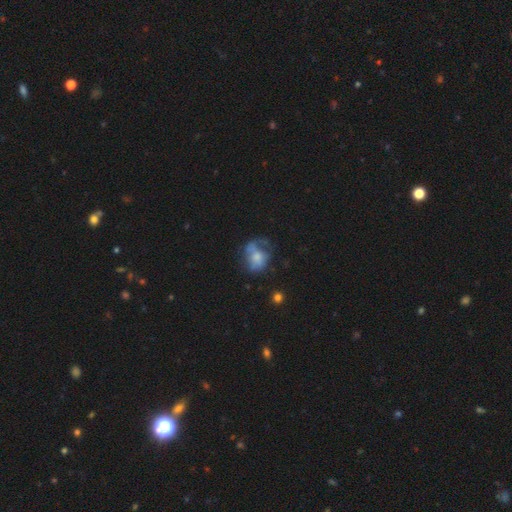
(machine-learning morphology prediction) Smooth or featured: smooth — 48% (featured or disk — 40%)
Merging: major disturbance — 37% (none — 33%)